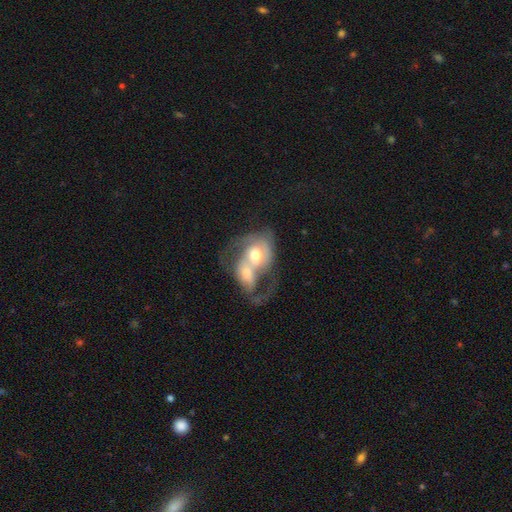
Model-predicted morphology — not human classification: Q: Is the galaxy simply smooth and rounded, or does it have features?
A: featured or disk — 58%.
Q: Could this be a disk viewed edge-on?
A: no — 95%.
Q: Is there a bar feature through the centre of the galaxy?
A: no — 72%.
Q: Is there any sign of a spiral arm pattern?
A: yes — 57%.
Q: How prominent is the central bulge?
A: moderate — 64%.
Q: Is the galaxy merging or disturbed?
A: merger — 77%.